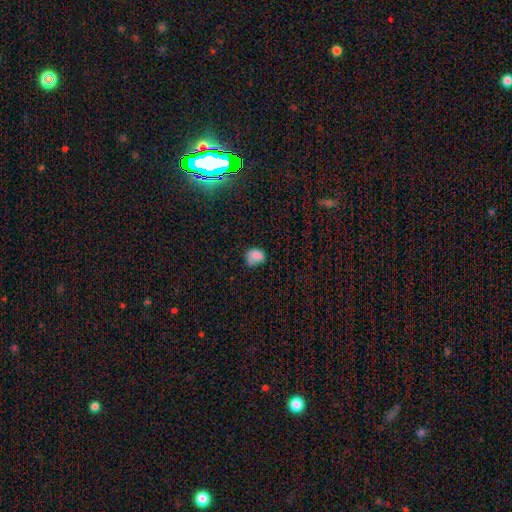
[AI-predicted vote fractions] Q: Smooth or featured?
A: smooth (80%); runner-up: star or artifact (11%)
Q: How rounded?
A: in between (59%); runner-up: round (40%)
Q: Merging?
A: none (49%); runner-up: minor disturbance (31%)